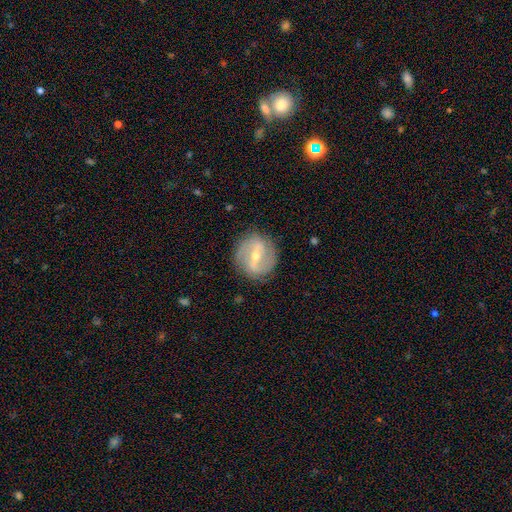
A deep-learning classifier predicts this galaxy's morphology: type=featured or disk (77%); edge-on=no (96%); bar=strong (48%); spiral arms=yes (80%); winding=medium (43%); arm count=2 (83%); bulge=moderate (54%); merging=none (83%).